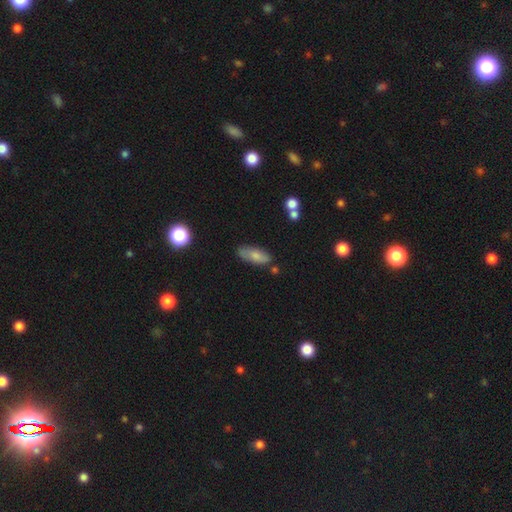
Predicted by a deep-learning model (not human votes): The model was most divided on "how rounded": in between: 74%, cigar-shaped: 23%, round: 3%. More confident: smooth or featured — smooth (75%); merging — none (71%).